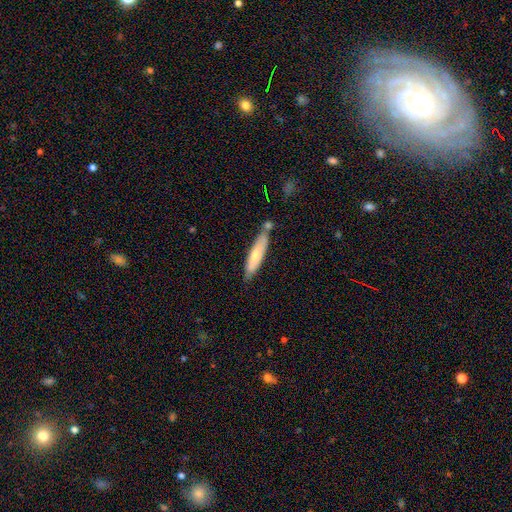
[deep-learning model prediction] A smooth galaxy with no disk features (63%) that is cigar-shaped (78%). Merging: none (62%).